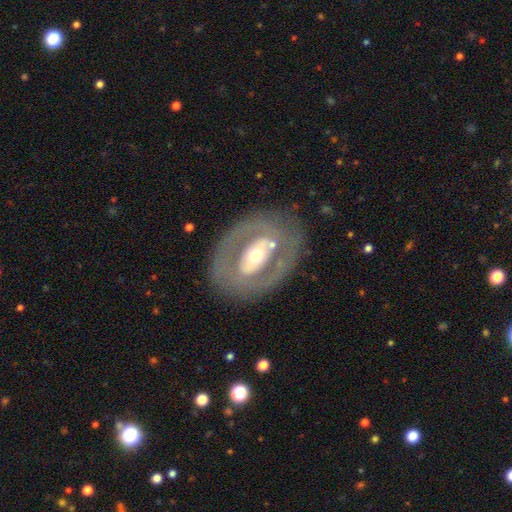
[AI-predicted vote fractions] A featured or disk galaxy (69%) with no bar (42%), no spiral arms (77%) and a moderate central bulge (65%). Merging: none (76%).